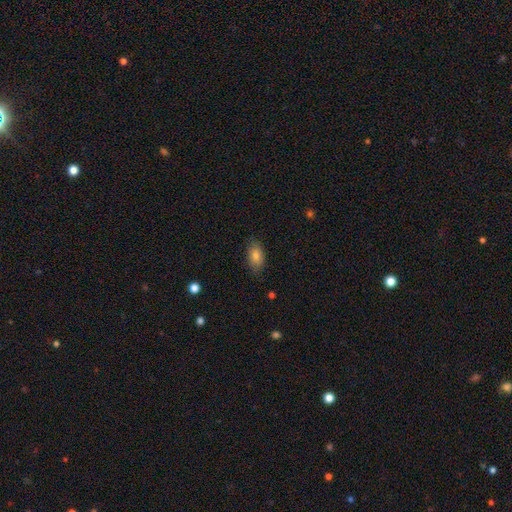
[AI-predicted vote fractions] Smooth or featured? smooth (81%)
How rounded? in between (90%)
Merging? none (83%)